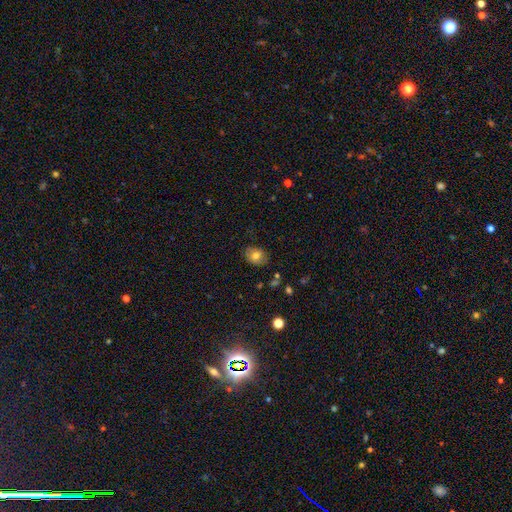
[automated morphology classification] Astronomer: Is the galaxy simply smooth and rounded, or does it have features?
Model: smooth — 72%.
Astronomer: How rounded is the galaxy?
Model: in between — 56% (runner-up: round, 43%).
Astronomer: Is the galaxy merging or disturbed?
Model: none — 79%.